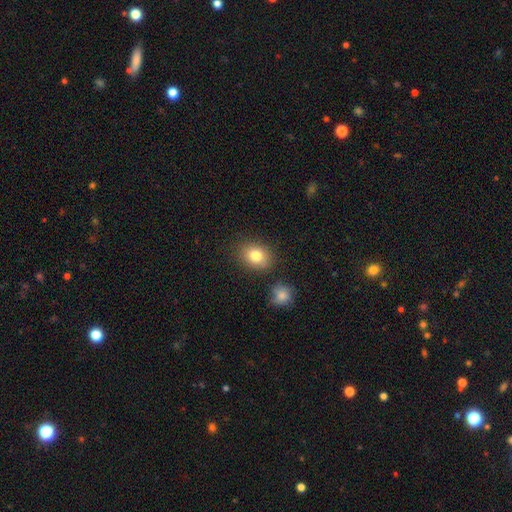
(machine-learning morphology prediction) Smooth or featured: smooth — 81% (star or artifact — 10%)
How rounded: in between — 56% (round — 43%)
Merging: none — 80% (minor disturbance — 11%)